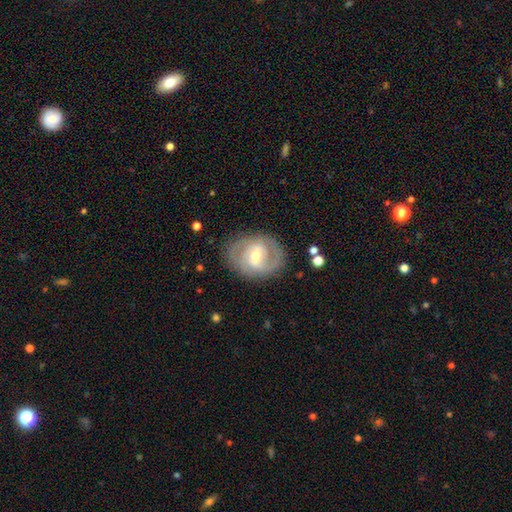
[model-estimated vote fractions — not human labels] Smooth or featured? Predicted: featured or disk (p=0.78). Edge-on disk? Predicted: no (p=0.97). Bar? Predicted: weak (p=0.50). Spiral arms? Predicted: yes (p=0.87). Spiral winding? Predicted: tight (p=0.47). Spiral arm count? Predicted: 2 (p=0.64). Bulge size? Predicted: moderate (p=0.63). Merging? Predicted: none (p=0.79).